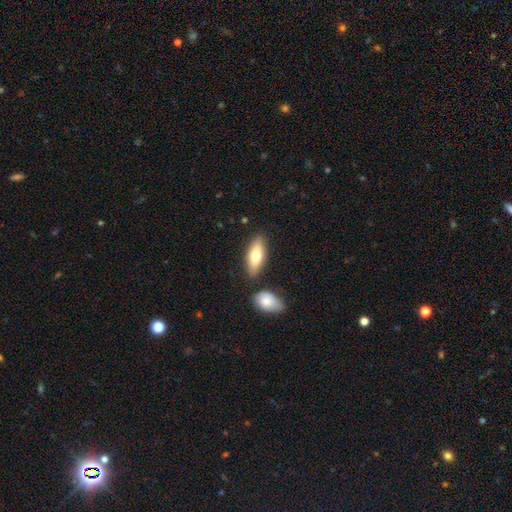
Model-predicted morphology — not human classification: A smooth galaxy with no disk features (71%) that is in between round and cigar-shaped (72%). Merging: none (77%).